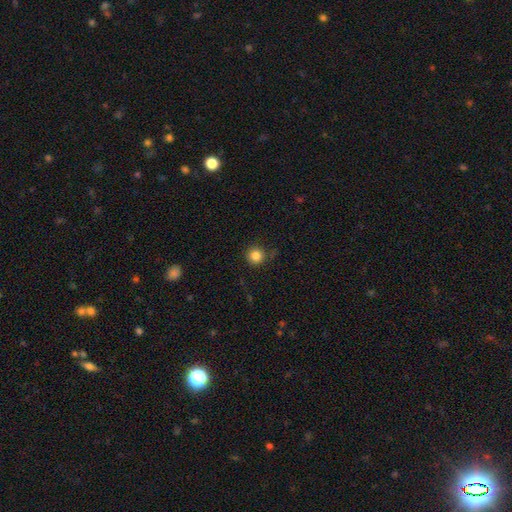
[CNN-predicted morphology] smooth_or_featured: smooth (p=0.84) [alt: star or artifact p=0.11]
how_rounded: round (p=0.95) [alt: in between p=0.04]
merging: none (p=0.87) [alt: minor disturbance p=0.09]